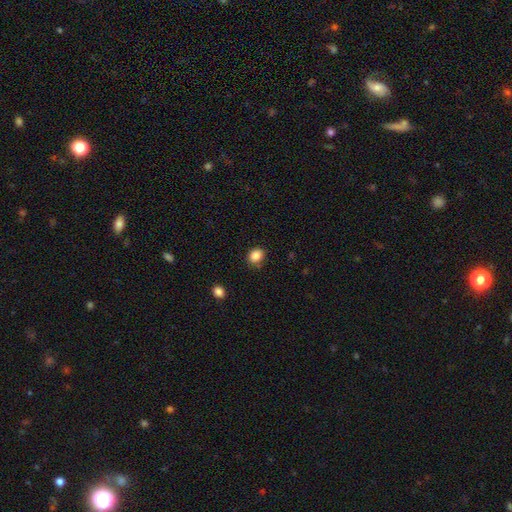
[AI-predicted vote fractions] Smooth or featured: smooth — 86% (star or artifact — 10%)
How rounded: round — 60% (in between — 39%)
Merging: none — 81% (minor disturbance — 13%)